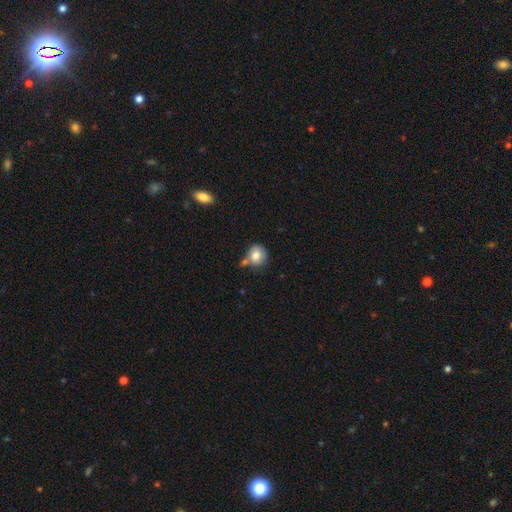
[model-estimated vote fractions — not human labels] smooth-or-featured: smooth: 78% | featured or disk: 14% | star or artifact: 8%
  how-rounded: round: 82% | in between: 17% | cigar-shaped: 1%
  merging: none: 54% | merger: 21% | minor disturbance: 19% | major disturbance: 5%